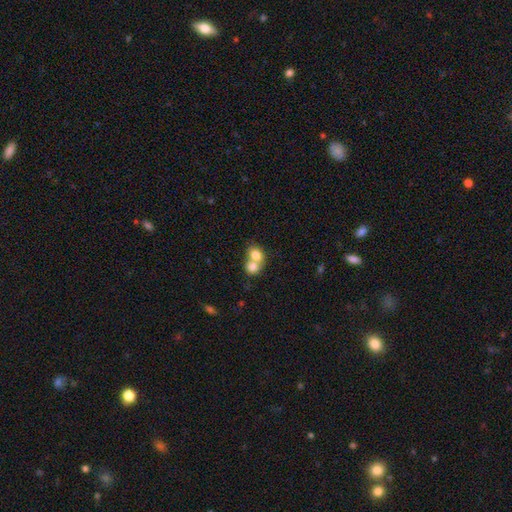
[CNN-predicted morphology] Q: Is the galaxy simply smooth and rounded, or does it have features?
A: smooth — 76%.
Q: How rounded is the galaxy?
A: round — 58%.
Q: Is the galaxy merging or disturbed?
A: merger — 71%.